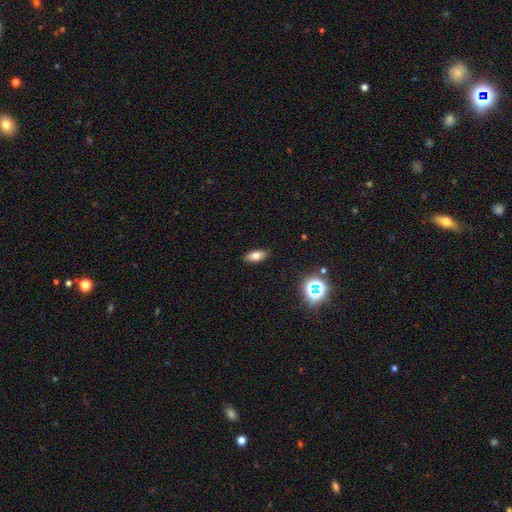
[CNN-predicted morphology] Smooth or featured? smooth (75%)
How rounded? in between (83%)
Merging? none (88%)